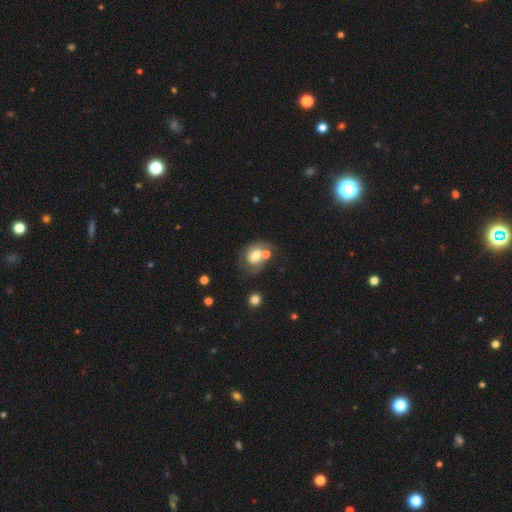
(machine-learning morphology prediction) Q: Smooth or featured?
A: smooth (48%); runner-up: featured or disk (42%)
Q: Merging?
A: merger (36%); runner-up: none (33%)